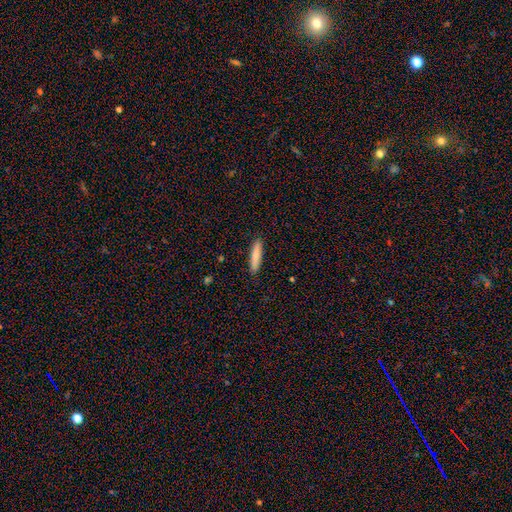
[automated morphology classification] This is clearly a smooth galaxy (82%). How rounded: clearly cigar-shaped (86%). Merging: clearly none (90%).